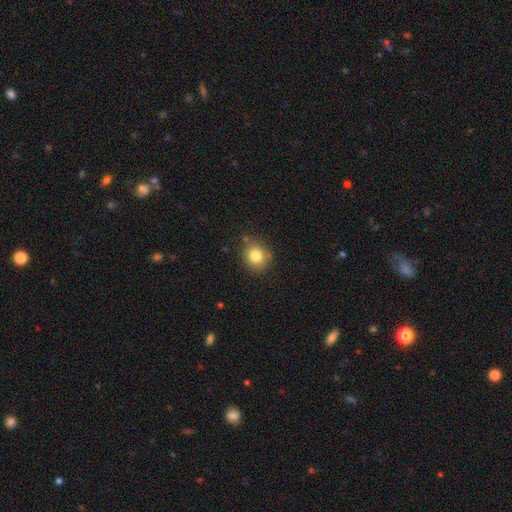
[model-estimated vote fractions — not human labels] smooth-or-featured: smooth: 81% | star or artifact: 11% | featured or disk: 8%
  how-rounded: round: 75% | in between: 24% | cigar-shaped: 1%
  merging: none: 80% | minor disturbance: 13% | major disturbance: 3% | merger: 3%